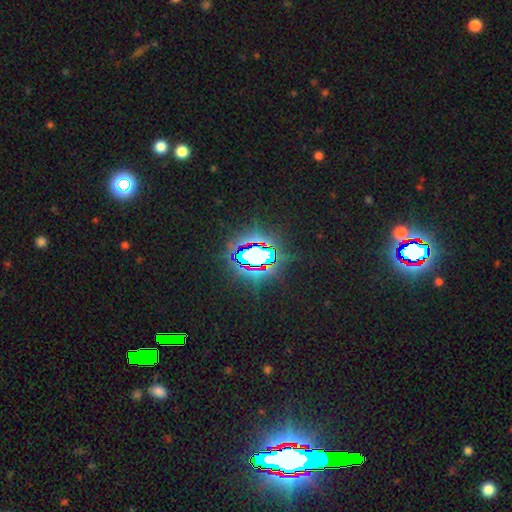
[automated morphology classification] smooth-or-featured: star or artifact: 74% | smooth: 15% | featured or disk: 11%